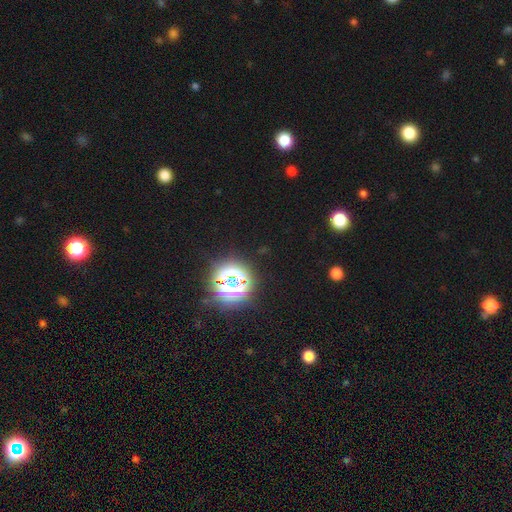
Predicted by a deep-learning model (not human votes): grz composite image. It shows a star or artifact, not a galaxy (79%).